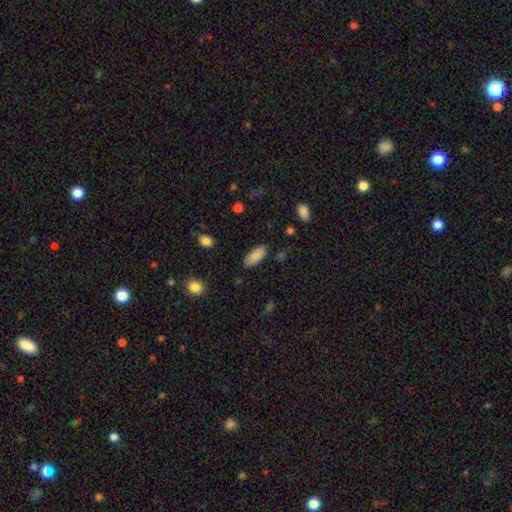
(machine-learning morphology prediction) Smooth or featured? smooth (88%)
How rounded? in between (85%)
Merging? none (85%)